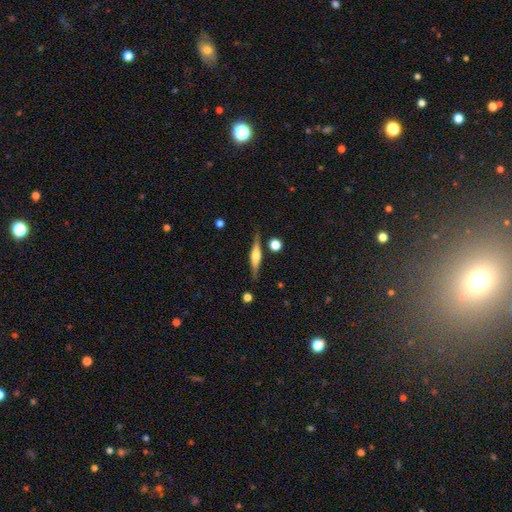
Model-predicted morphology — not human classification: type=featured or disk (71%); edge-on=yes (97%); edge-on bulge=rounded (77%); merging=none (85%).